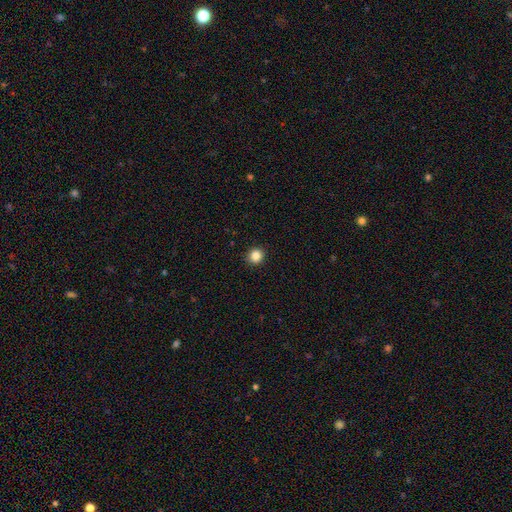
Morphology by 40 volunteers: Smooth or featured? 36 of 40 (90%) said smooth. How rounded? 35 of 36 (97%) said round. Merging? 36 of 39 (92%) said none.